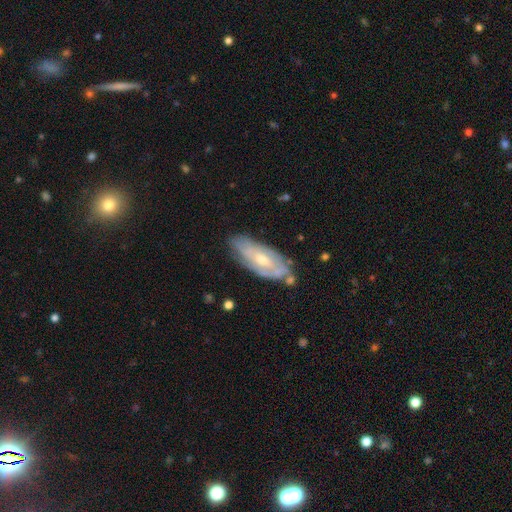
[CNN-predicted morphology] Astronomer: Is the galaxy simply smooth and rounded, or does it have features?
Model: featured or disk — 67%.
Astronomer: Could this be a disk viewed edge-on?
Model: no — 83%.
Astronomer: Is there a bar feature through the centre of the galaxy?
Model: no — 64%.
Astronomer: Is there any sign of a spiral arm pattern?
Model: yes — 74%.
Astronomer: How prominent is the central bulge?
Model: moderate — 53% (runner-up: small, 43%).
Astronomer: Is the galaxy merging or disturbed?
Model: none — 75%.